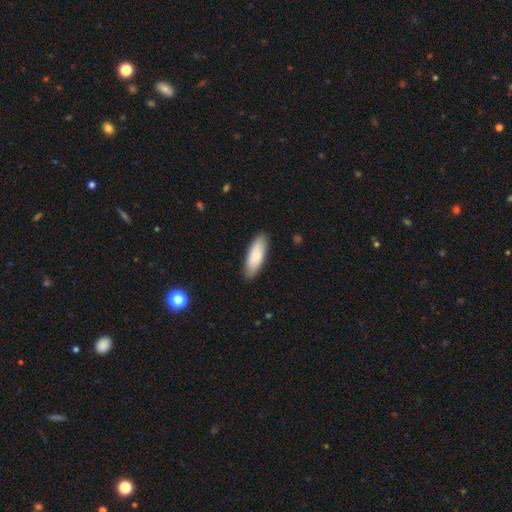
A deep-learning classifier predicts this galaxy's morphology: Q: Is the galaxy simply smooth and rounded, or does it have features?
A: smooth — 82%.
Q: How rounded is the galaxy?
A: in between — 65%.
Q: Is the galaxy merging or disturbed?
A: none — 87%.